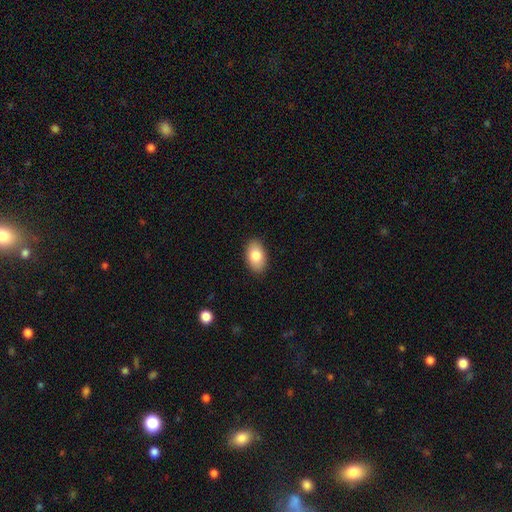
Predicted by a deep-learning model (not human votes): Smooth or featured: smooth — 82% (featured or disk — 11%)
How rounded: in between — 92% (round — 6%)
Merging: none — 89% (minor disturbance — 8%)